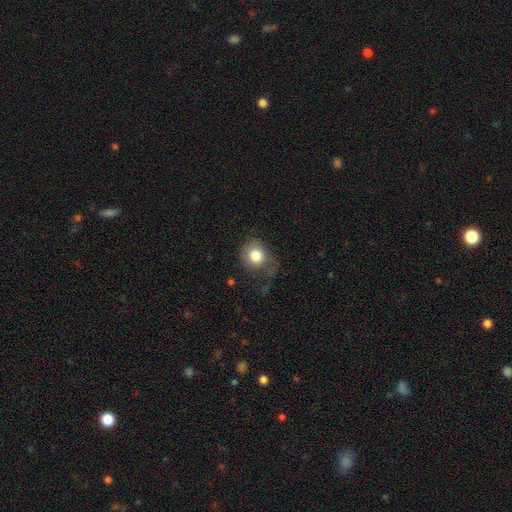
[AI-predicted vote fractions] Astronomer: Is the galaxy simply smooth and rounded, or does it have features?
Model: smooth — 79%.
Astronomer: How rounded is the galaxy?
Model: round — 73%.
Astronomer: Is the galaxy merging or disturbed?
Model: none — 46% (runner-up: major disturbance, 26%).